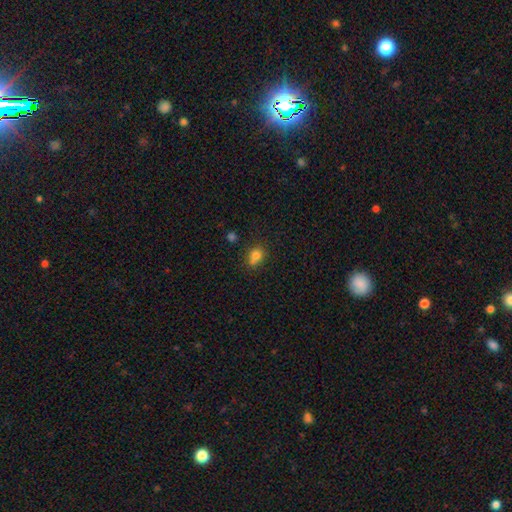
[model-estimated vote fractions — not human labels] A smooth galaxy with no disk features (78%) that is round (61%).

Vote fractions:
- Smooth or featured? smooth: 78% / star or artifact: 13% / featured or disk: 9%
- How rounded? round: 61% / in between: 38% / cigar-shaped: 1%
- Merging? none: 56% / minor disturbance: 20% / merger: 18% / major disturbance: 6%